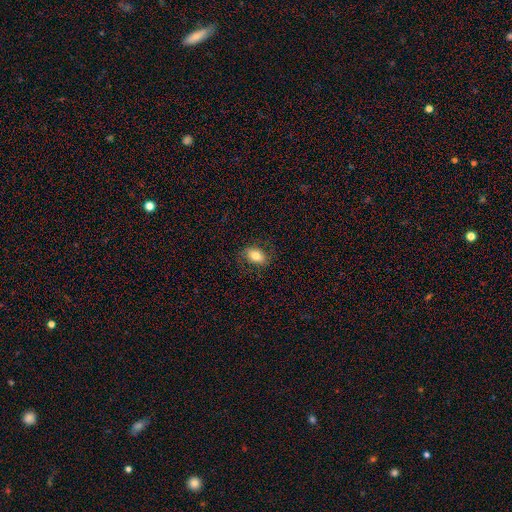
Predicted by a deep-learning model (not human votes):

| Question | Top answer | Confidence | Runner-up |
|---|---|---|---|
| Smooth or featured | smooth | 73% | featured or disk (18%) |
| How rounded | in between | 85% | round (13%) |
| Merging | none | 79% | minor disturbance (14%) |